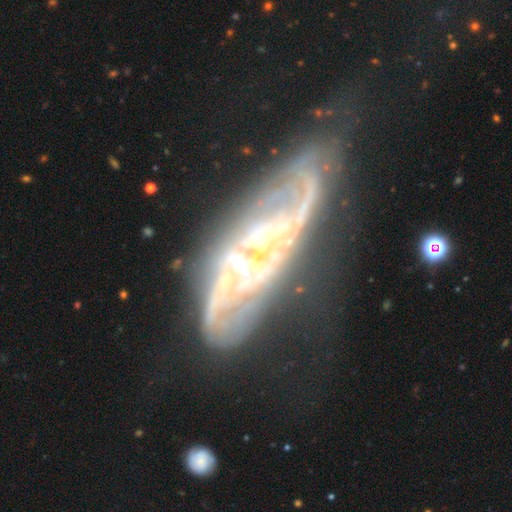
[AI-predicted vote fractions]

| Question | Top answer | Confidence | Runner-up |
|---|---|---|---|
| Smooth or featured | featured or disk | 83% | smooth (9%) |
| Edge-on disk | no | 78% | yes (22%) |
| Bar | no | 57% | weak (28%) |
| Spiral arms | yes | 85% | no (15%) |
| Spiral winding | tight | 42% | medium (39%) |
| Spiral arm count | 2 | 46% | can't tell (33%) |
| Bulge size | small | 60% | moderate (20%) |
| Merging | none | 48% | major disturbance (24%) |